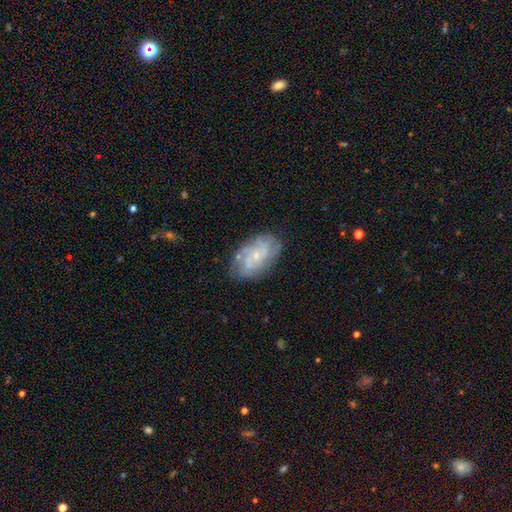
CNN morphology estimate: Smooth or featured? featured or disk (68%)
Edge-on disk? no (96%)
Bar? no (75%)
Spiral arms? yes (84%)
Spiral winding? tight (51%)
Spiral arm count? can't tell (46%)
Bulge size? small (76%)
Merging? none (73%)